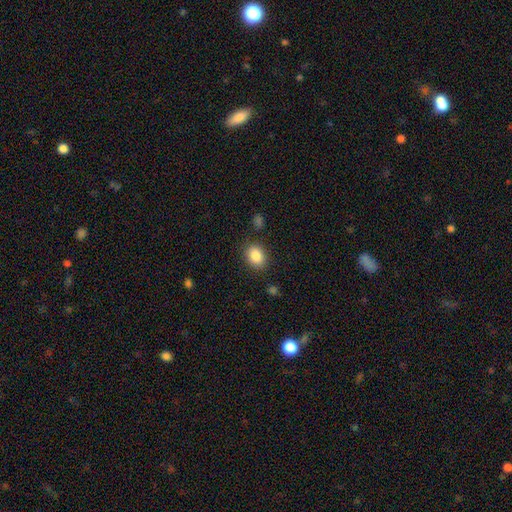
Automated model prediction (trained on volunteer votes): smooth-or-featured: smooth: 86% | star or artifact: 9% | featured or disk: 5%
  how-rounded: in between: 50% | round: 49% | cigar-shaped: 1%
  merging: none: 84% | minor disturbance: 11% | major disturbance: 3% | merger: 2%